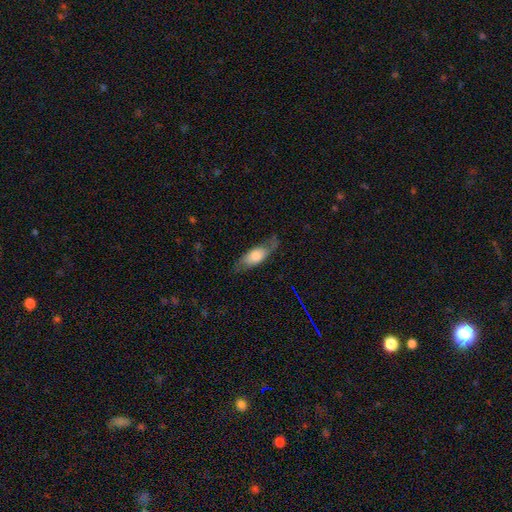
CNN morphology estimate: Smooth or featured? Predicted: smooth (p=0.53). How rounded? Predicted: in between (p=0.70). Merging? Predicted: none (p=0.66).